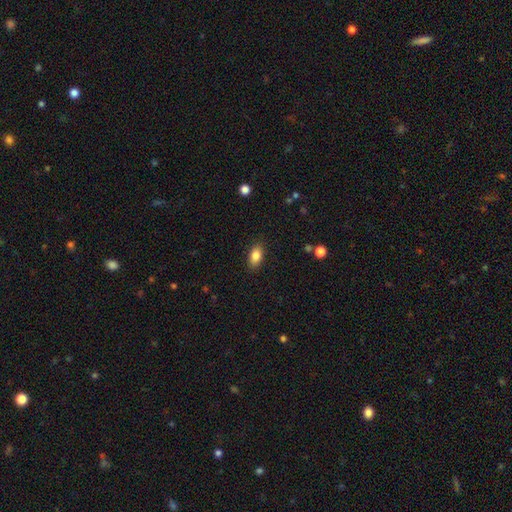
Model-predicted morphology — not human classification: This is clearly a smooth galaxy (85%). How rounded: clearly in between (89%). Merging: clearly none (88%).